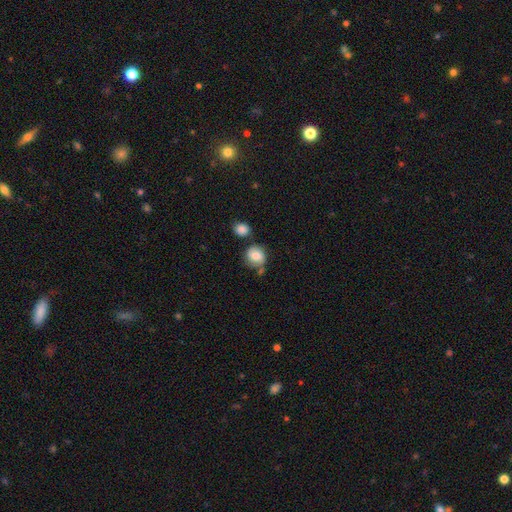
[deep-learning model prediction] Q: Smooth or featured?
A: smooth (74%); runner-up: featured or disk (17%)
Q: How rounded?
A: round (73%); runner-up: in between (26%)
Q: Merging?
A: none (56%); runner-up: minor disturbance (21%)